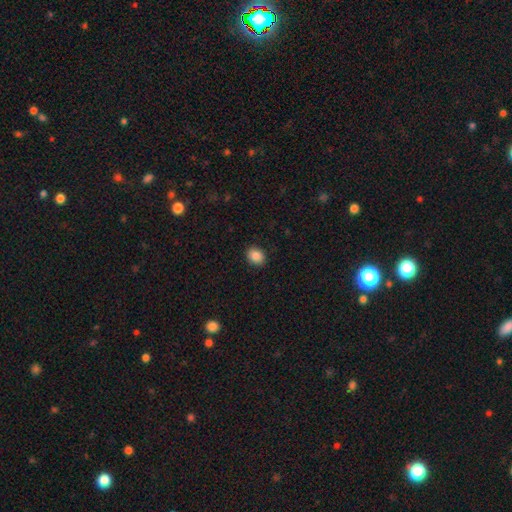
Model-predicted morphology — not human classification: smooth_or_featured: smooth (p=0.86) [alt: star or artifact p=0.09]
how_rounded: round (p=0.52) [alt: in between p=0.48]
merging: none (p=0.90) [alt: minor disturbance p=0.07]